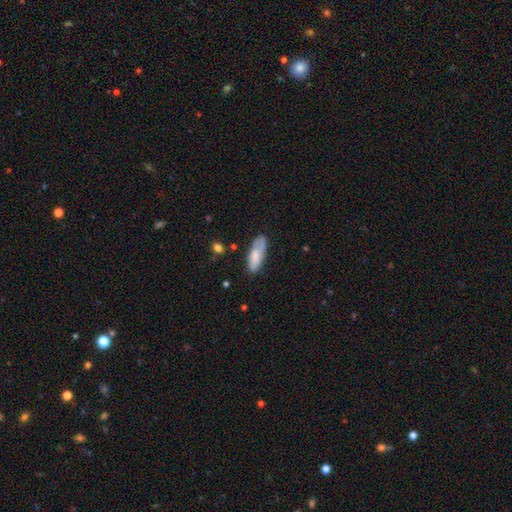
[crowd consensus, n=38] Smooth or featured: smooth — 74% (featured or disk — 16%)
How rounded: in between — 82% (cigar-shaped — 14%)
Merging: none — 53% (minor disturbance — 32%)